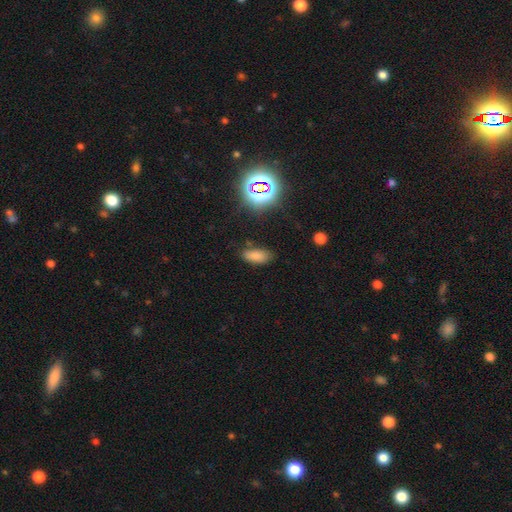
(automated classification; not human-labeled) smooth-or-featured: smooth: 76% | star or artifact: 17% | featured or disk: 7%
  how-rounded: in between: 85% | cigar-shaped: 10% | round: 4%
  merging: none: 78% | minor disturbance: 15% | major disturbance: 4% | merger: 3%